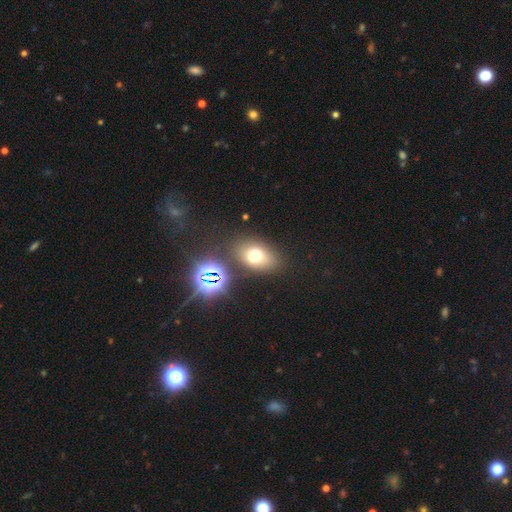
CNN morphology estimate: smooth 65%, star or artifact 21%, featured or disk 14%. Down the decision tree: how rounded — in between (74%); merging — none (79%).